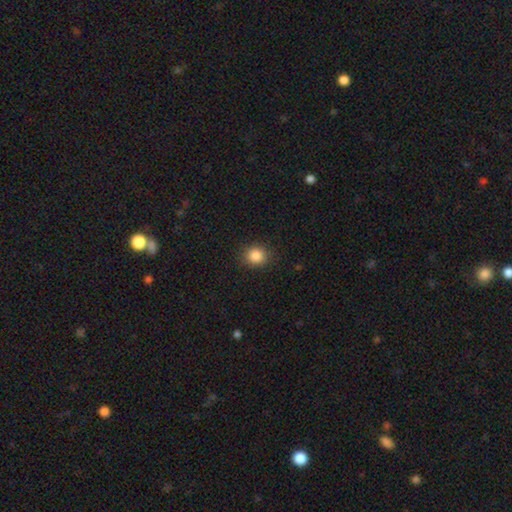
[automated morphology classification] Smooth or featured?
  - smooth: 86% *
  - star or artifact: 10%
  - featured or disk: 4%
How rounded?
  - round: 80% *
  - in between: 19%
  - cigar-shaped: 1%
Merging?
  - none: 88% *
  - minor disturbance: 8%
  - major disturbance: 3%
  - merger: 1%